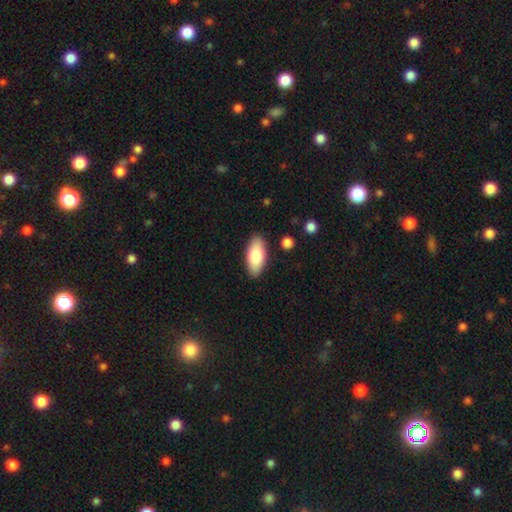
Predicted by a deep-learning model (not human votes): smooth-or-featured: smooth: 77% | featured or disk: 17% | star or artifact: 6%
  how-rounded: in between: 88% | cigar-shaped: 10% | round: 2%
  merging: none: 88% | minor disturbance: 8% | major disturbance: 2% | merger: 2%